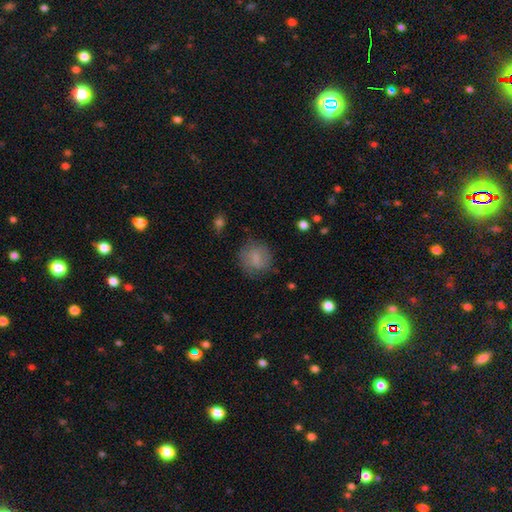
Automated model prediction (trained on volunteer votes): The model was most divided on "how rounded": round: 74%, in between: 24%, cigar-shaped: 2%. More confident: merging — none (76%); smooth or featured — smooth (71%).